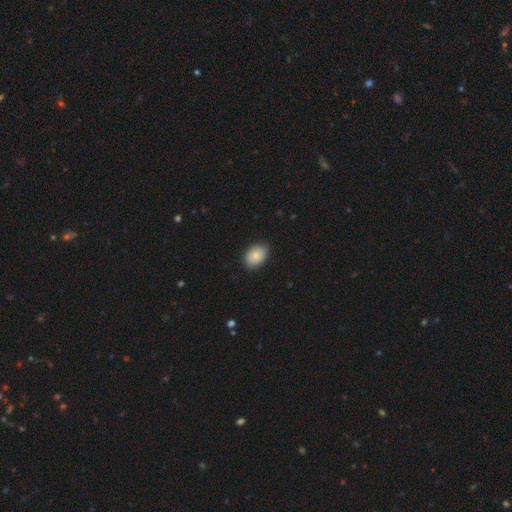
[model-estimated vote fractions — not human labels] Q: Smooth or featured?
A: smooth (87%); runner-up: star or artifact (7%)
Q: How rounded?
A: in between (81%); runner-up: round (18%)
Q: Merging?
A: none (84%); runner-up: minor disturbance (13%)